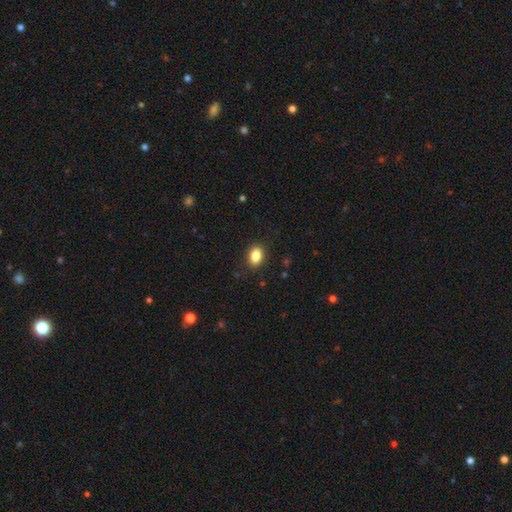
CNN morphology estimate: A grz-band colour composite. It shows a smooth galaxy with no disk features (85%) that is in between round and cigar-shaped (82%). Merging: none (88%).